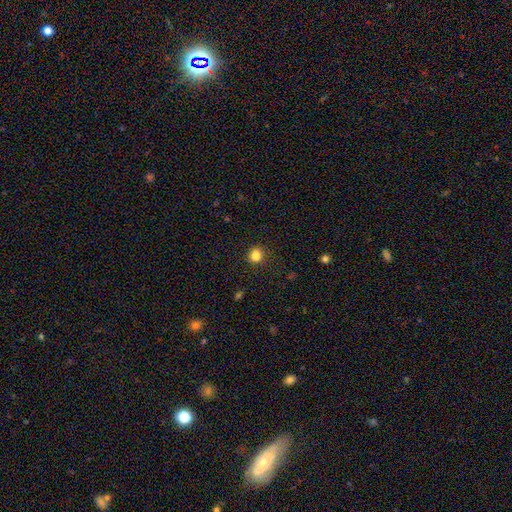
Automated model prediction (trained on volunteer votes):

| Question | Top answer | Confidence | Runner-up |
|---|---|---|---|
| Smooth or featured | smooth | 84% | star or artifact (12%) |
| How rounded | round | 78% | in between (21%) |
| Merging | none | 88% | minor disturbance (8%) |